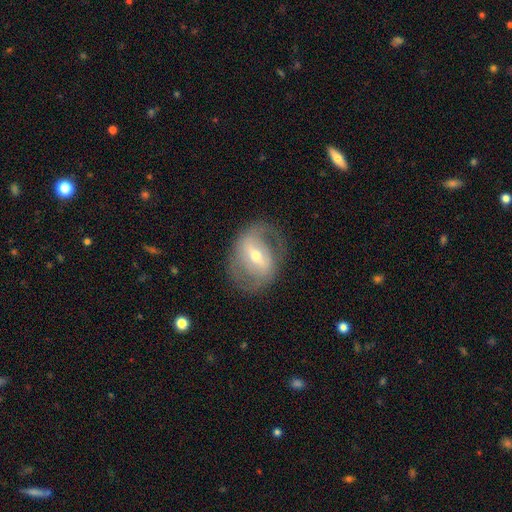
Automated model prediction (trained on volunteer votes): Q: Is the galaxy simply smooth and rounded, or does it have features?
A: featured or disk — 74%.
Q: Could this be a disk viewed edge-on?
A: no — 93%.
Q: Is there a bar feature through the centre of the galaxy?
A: strong — 49%.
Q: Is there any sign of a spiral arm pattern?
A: yes — 67%.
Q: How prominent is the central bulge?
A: moderate — 53%.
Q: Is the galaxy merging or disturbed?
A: none — 70%.